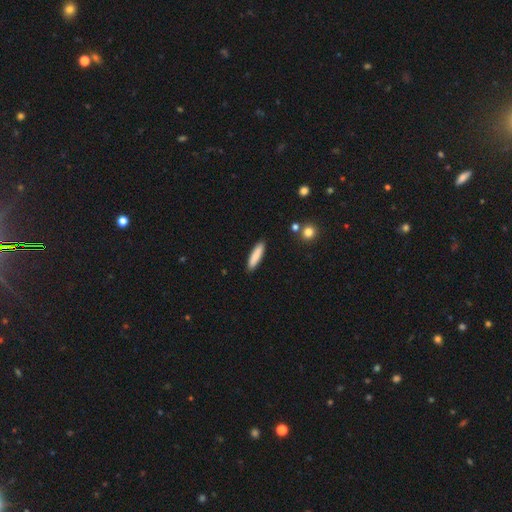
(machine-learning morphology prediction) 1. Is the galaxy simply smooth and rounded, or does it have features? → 86% smooth, 8% featured or disk, 6% star or artifact.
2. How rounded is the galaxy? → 78% cigar-shaped, 20% in between, 1% round.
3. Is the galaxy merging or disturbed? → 90% none, 7% minor disturbance, 2% major disturbance, 1% merger.